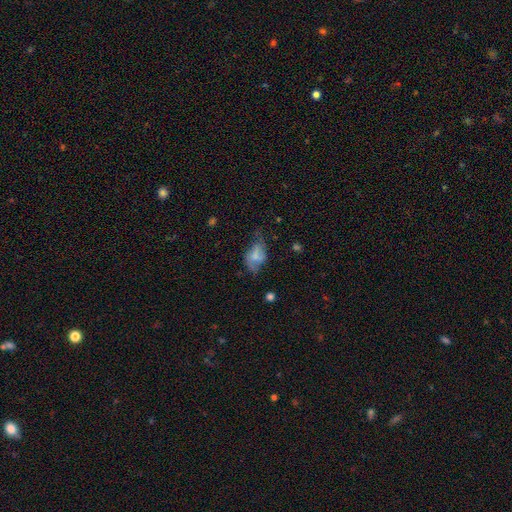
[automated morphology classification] The model was most divided on "merging": minor disturbance: 34%, none: 33%, major disturbance: 29%, merger: 5%. More confident: how rounded — in between (87%); smooth or featured — smooth (56%).